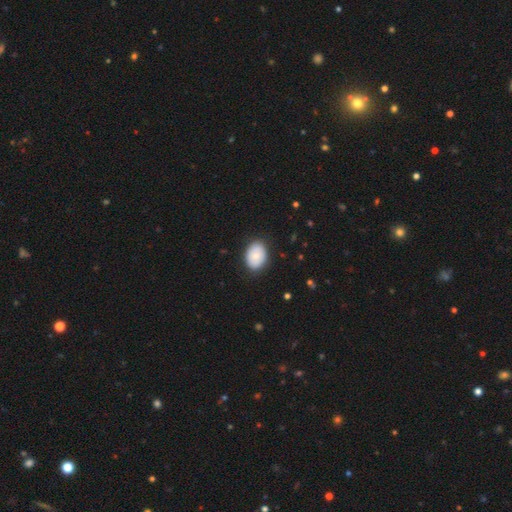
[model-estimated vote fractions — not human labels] smooth_or_featured: smooth (p=0.77) [alt: featured or disk p=0.17]
how_rounded: in between (p=0.77) [alt: round p=0.22]
merging: none (p=0.85) [alt: minor disturbance p=0.12]